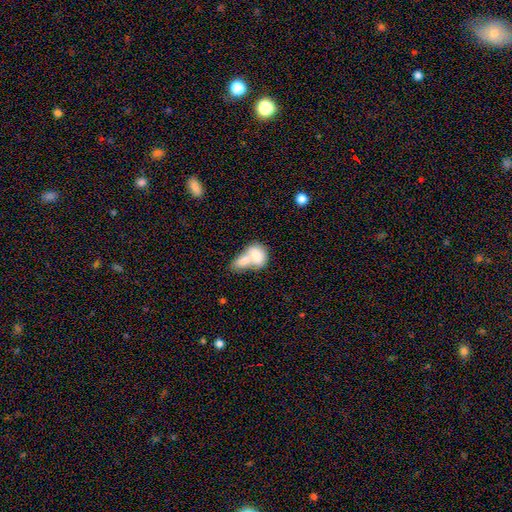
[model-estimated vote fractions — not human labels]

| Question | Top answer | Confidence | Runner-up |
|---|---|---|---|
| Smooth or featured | smooth | 75% | featured or disk (19%) |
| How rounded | in between | 83% | round (15%) |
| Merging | merger | 77% | none (13%) |